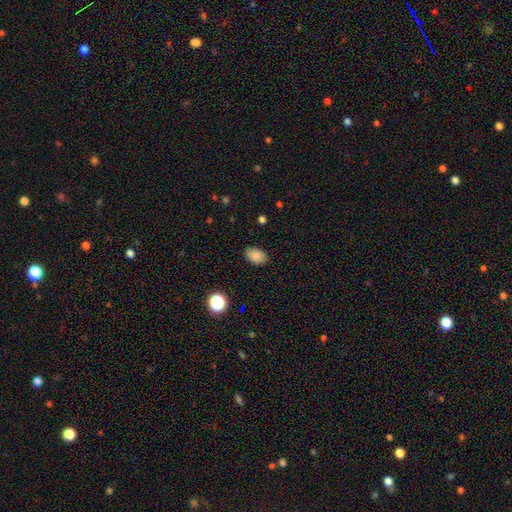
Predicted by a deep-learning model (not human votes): A smooth galaxy with no disk features (86%) that is in between round and cigar-shaped (85%). Merging: none (86%).